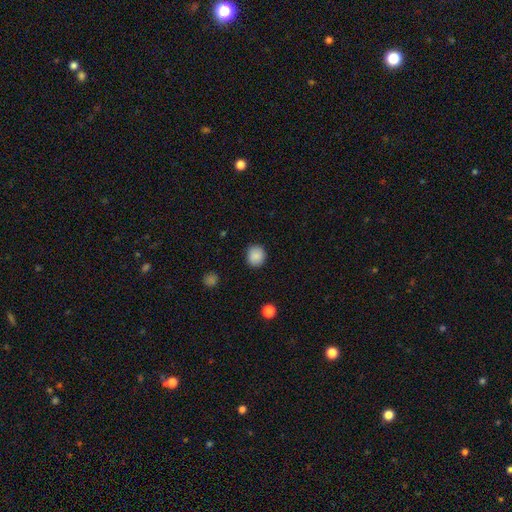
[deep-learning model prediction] Q: Smooth or featured?
A: smooth (88%); runner-up: star or artifact (9%)
Q: How rounded?
A: round (84%); runner-up: in between (15%)
Q: Merging?
A: none (89%); runner-up: minor disturbance (8%)